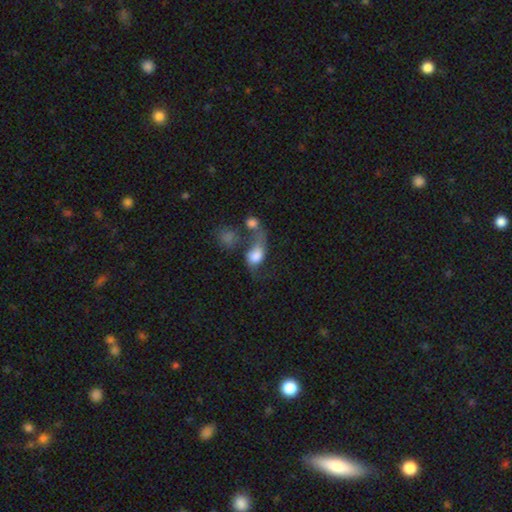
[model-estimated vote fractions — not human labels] A smooth galaxy with no disk features (56%) that is in between round and cigar-shaped (66%).

Vote fractions:
- Smooth or featured? smooth: 56% / featured or disk: 34% / star or artifact: 10%
- How rounded? in between: 66% / round: 31% / cigar-shaped: 3%
- Merging? merger: 45% / major disturbance: 27% / none: 17% / minor disturbance: 11%